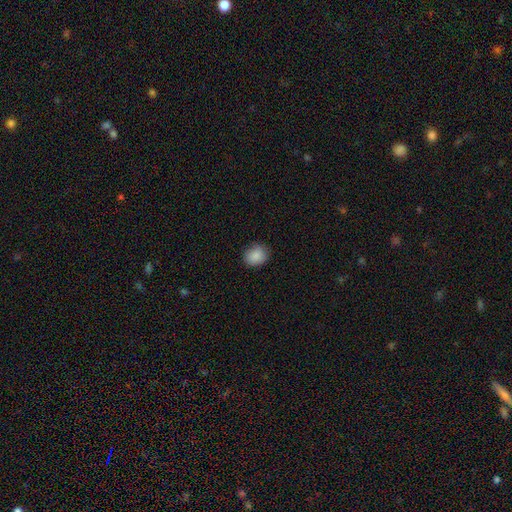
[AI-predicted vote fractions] Q: Smooth or featured?
A: smooth (89%); runner-up: star or artifact (8%)
Q: How rounded?
A: round (60%); runner-up: in between (39%)
Q: Merging?
A: none (84%); runner-up: minor disturbance (13%)